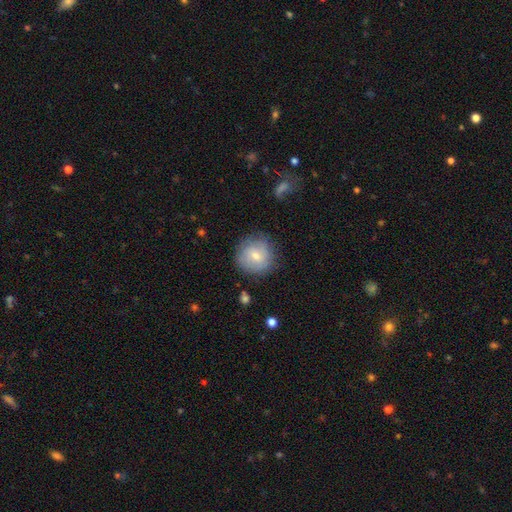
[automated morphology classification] smooth 64%, featured or disk 29%, star or artifact 7%. Down the decision tree: how rounded — round (92%); merging — none (79%).